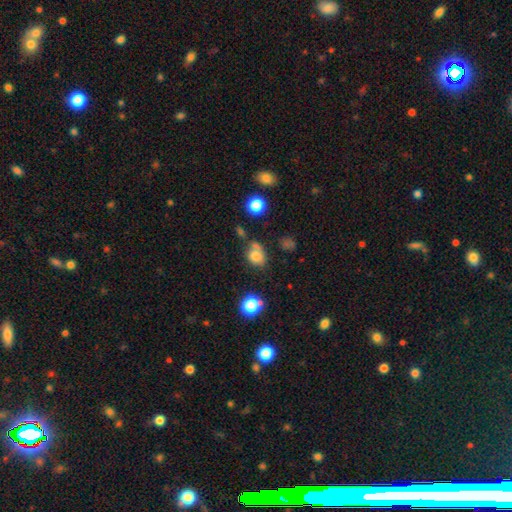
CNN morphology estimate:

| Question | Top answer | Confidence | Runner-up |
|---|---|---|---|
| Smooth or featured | smooth | 77% | star or artifact (13%) |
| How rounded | in between | 50% | round (49%) |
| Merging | none | 45% | minor disturbance (23%) |